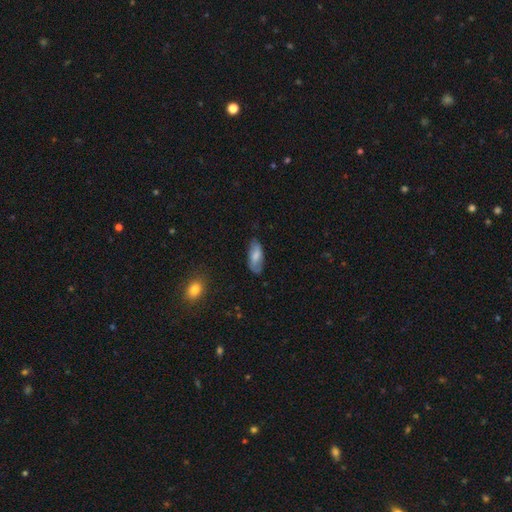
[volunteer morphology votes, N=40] smooth-or-featured: smooth: 68% | featured or disk: 28% | star or artifact: 5%
  how-rounded: in between: 93% | round: 4% | cigar-shaped: 4%
  merging: none: 55% | minor disturbance: 37% | major disturbance: 8% | merger: 0%